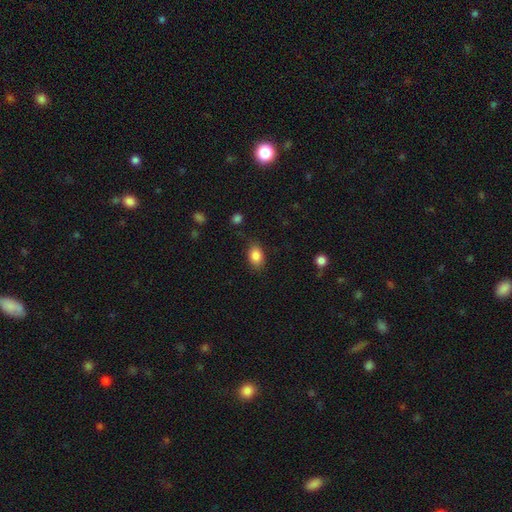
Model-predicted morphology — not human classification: smooth-or-featured: smooth: 85% | star or artifact: 9% | featured or disk: 6%
  how-rounded: in between: 80% | round: 18% | cigar-shaped: 1%
  merging: none: 80% | minor disturbance: 15% | major disturbance: 4% | merger: 2%